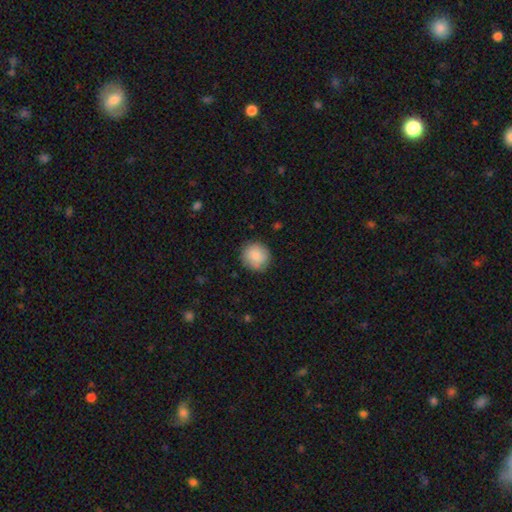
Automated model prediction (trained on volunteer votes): This is clearly a smooth galaxy (86%). How rounded: clearly round (92%). Merging: clearly none (85%).